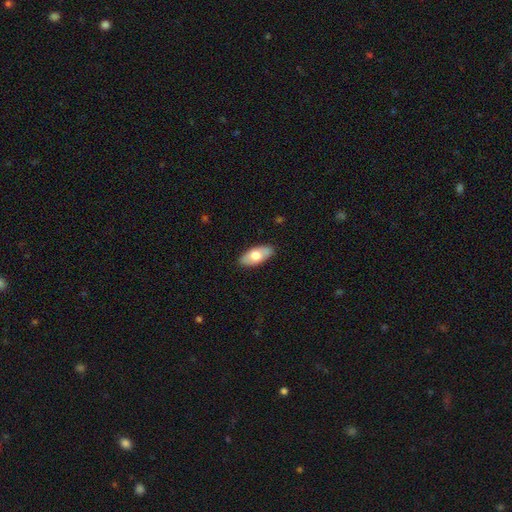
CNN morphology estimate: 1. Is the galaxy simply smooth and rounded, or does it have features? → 67% smooth, 27% featured or disk, 6% star or artifact.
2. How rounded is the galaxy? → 90% in between, 8% cigar-shaped, 3% round.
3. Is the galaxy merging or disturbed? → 87% none, 10% minor disturbance, 2% major disturbance, 1% merger.